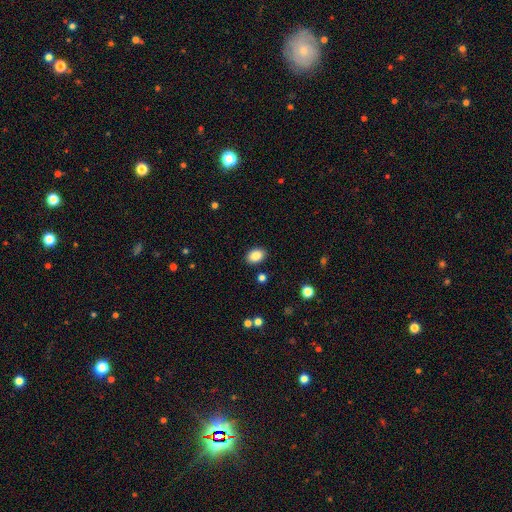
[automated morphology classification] The model was most divided on "how rounded": in between: 80%, round: 19%, cigar-shaped: 1%. More confident: merging — none (88%); smooth or featured — smooth (85%).